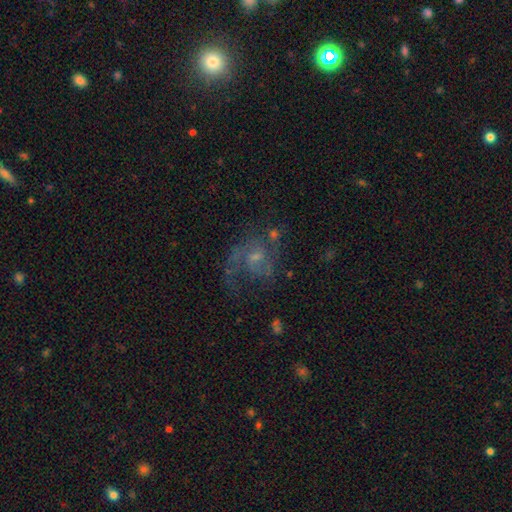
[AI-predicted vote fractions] A featured or disk galaxy (72%) with no bar (59%), 2 (49%) medium (45%) spiral arms (84%) and a small central bulge (60%). Merging: none (45%).